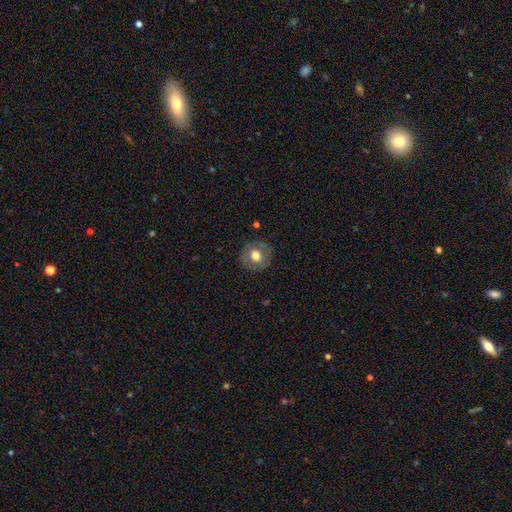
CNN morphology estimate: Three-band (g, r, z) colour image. It shows a smooth galaxy with no disk features (59%) that is round (85%). Merging: none (82%).